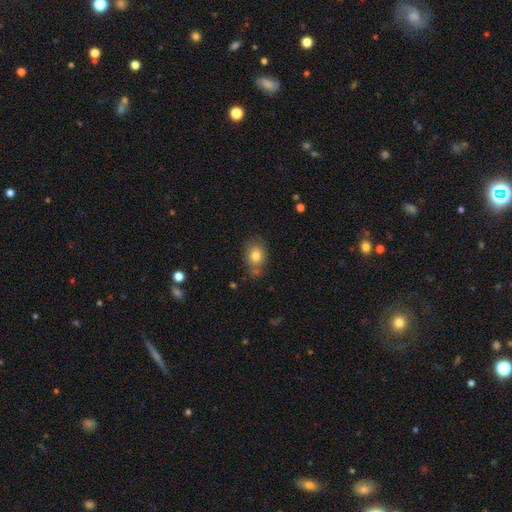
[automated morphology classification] smooth 79%, featured or disk 12%, star or artifact 9%. Down the decision tree: how rounded — in between (60%); merging — none (68%).